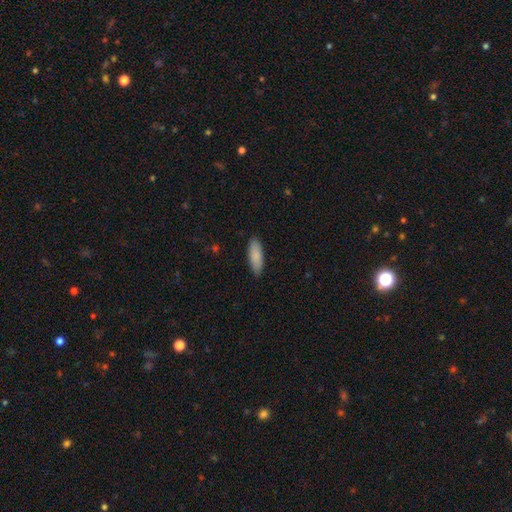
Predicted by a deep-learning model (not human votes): Smooth or featured? Predicted: smooth (p=0.88). How rounded? Predicted: in between (p=0.56). Merging? Predicted: none (p=0.88).